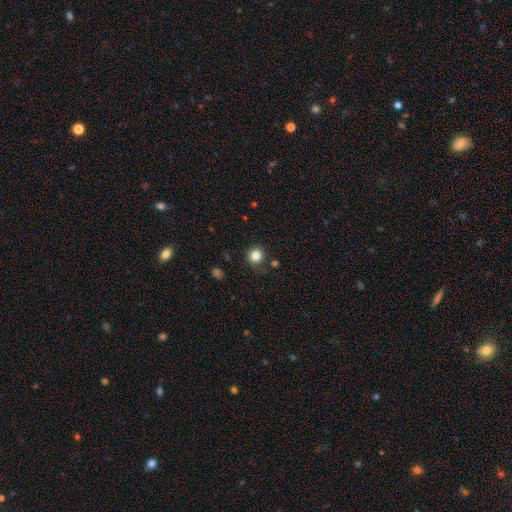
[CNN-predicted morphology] Smooth or featured?
  - smooth: 83% *
  - star or artifact: 12%
  - featured or disk: 5%
How rounded?
  - round: 91% *
  - in between: 8%
  - cigar-shaped: 1%
Merging?
  - none: 80% *
  - minor disturbance: 13%
  - major disturbance: 4%
  - merger: 3%